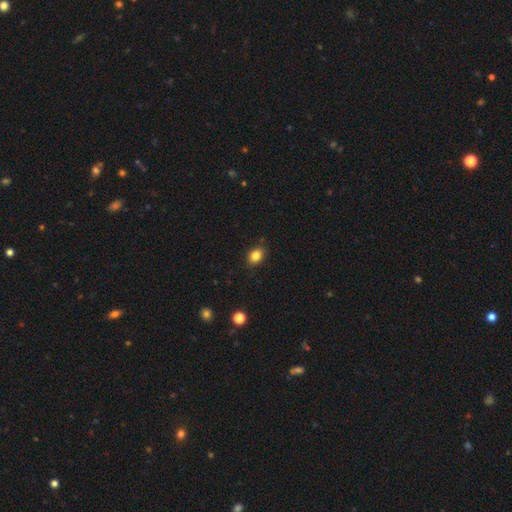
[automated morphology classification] Q: Smooth or featured?
A: smooth (84%); runner-up: star or artifact (11%)
Q: How rounded?
A: in between (57%); runner-up: round (42%)
Q: Merging?
A: none (85%); runner-up: minor disturbance (12%)